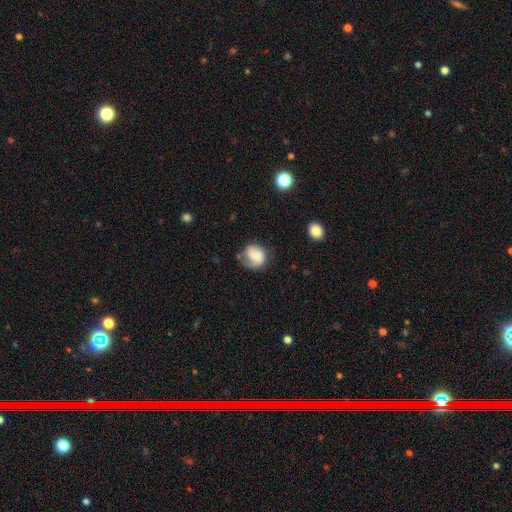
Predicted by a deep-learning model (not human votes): A smooth galaxy with no disk features (56%) that is round (76%).

Vote fractions:
- Smooth or featured? smooth: 56% / featured or disk: 36% / star or artifact: 8%
- How rounded? round: 76% / in between: 23% / cigar-shaped: 1%
- Merging? none: 57% / minor disturbance: 28% / major disturbance: 13% / merger: 3%